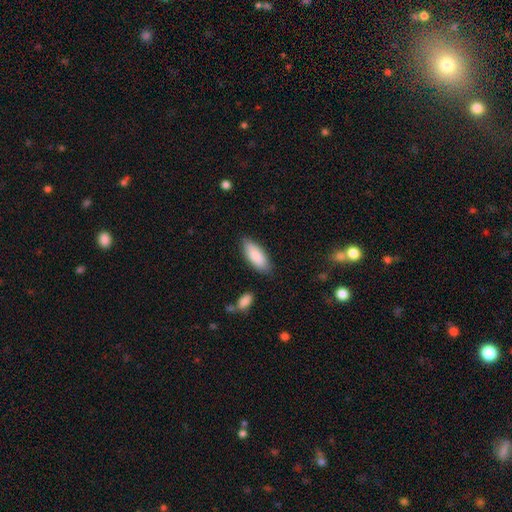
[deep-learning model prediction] Morphology: type=smooth (86%); roundness=in between (79%); merging=none (80%).